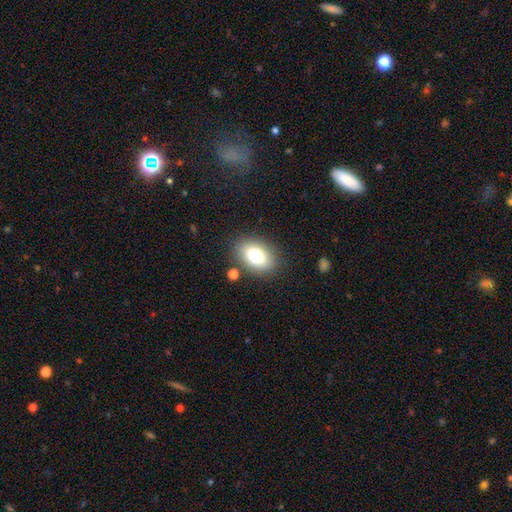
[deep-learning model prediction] Q: Smooth or featured?
A: smooth (77%); runner-up: featured or disk (14%)
Q: How rounded?
A: in between (85%); runner-up: round (14%)
Q: Merging?
A: none (83%); runner-up: minor disturbance (10%)